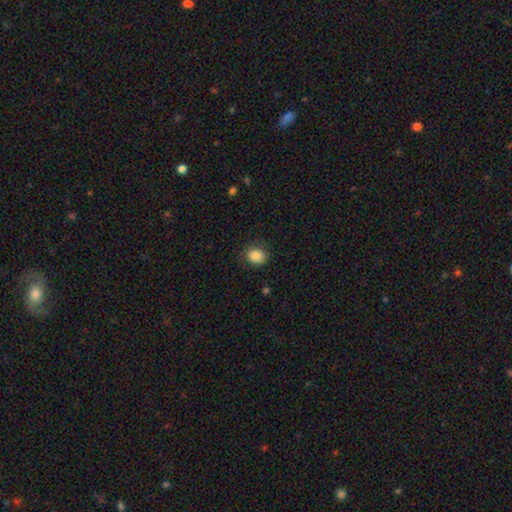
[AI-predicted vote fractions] This appears to be a smooth galaxy with no disk features (84%) that is round (64%). Merging: none (83%).